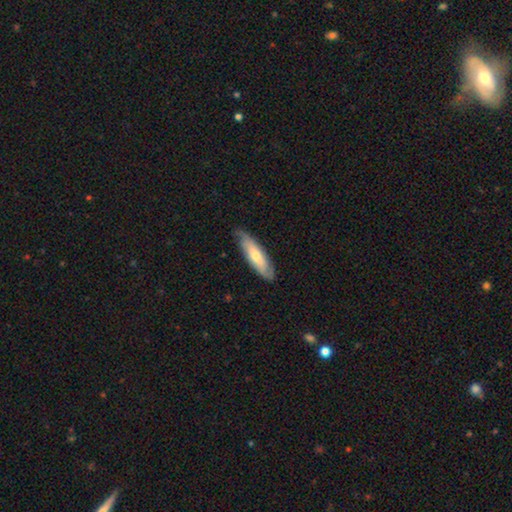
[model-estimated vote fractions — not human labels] smooth_or_featured: smooth (p=0.51) [alt: featured or disk p=0.44]
how_rounded: cigar-shaped (p=0.58) [alt: in between p=0.40]
merging: none (p=0.76) [alt: minor disturbance p=0.19]